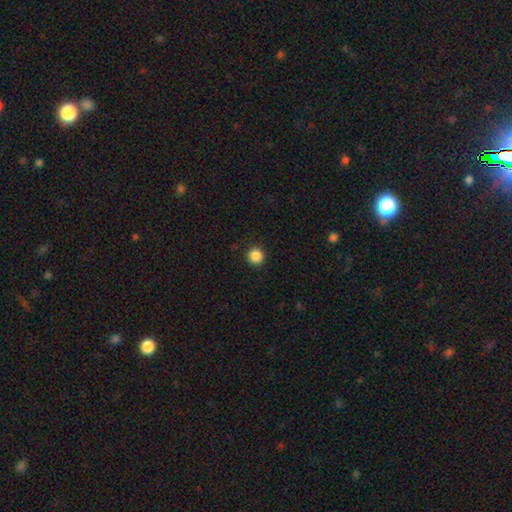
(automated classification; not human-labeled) The model was most divided on "smooth or featured": smooth: 87%, star or artifact: 10%, featured or disk: 3%. More confident: how rounded — round (93%); merging — none (91%).